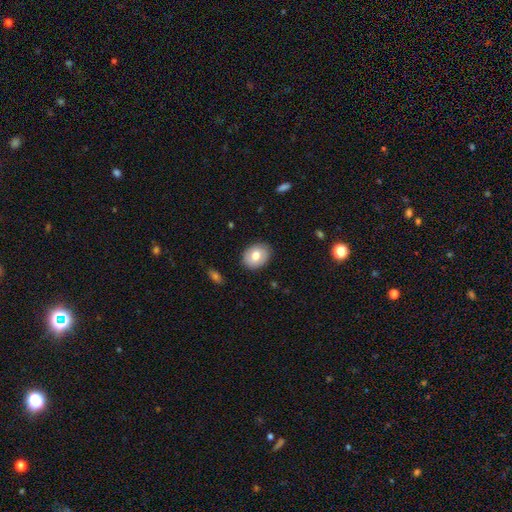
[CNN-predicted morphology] Q: Smooth or featured?
A: smooth (72%); runner-up: featured or disk (21%)
Q: How rounded?
A: in between (55%); runner-up: round (44%)
Q: Merging?
A: none (86%); runner-up: minor disturbance (10%)